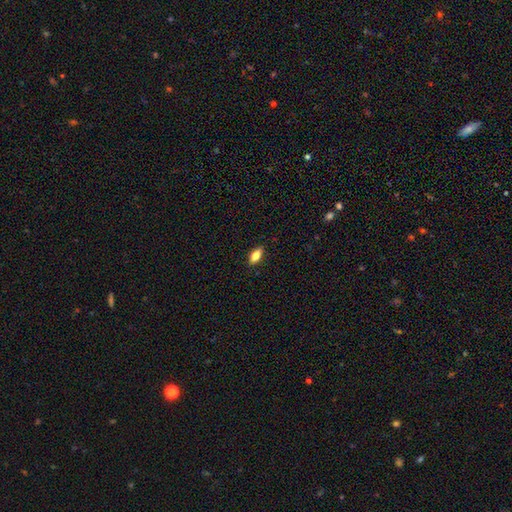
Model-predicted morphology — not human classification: The model was most divided on "smooth or featured": smooth: 80%, featured or disk: 12%, star or artifact: 7%. More confident: merging — none (88%); how rounded — in between (85%).